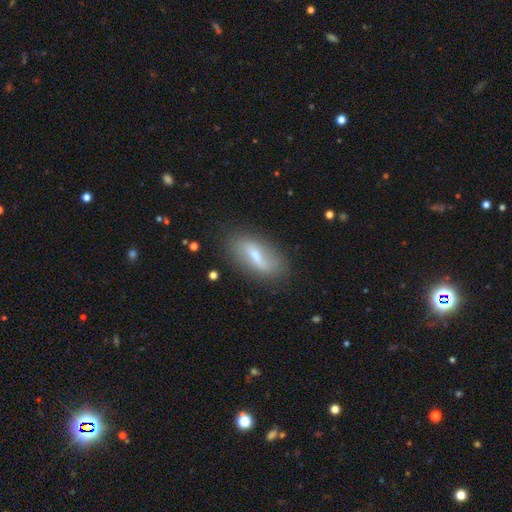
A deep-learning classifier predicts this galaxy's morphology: Q: Smooth or featured?
A: smooth (48%); runner-up: featured or disk (44%)
Q: Merging?
A: none (78%); runner-up: minor disturbance (15%)